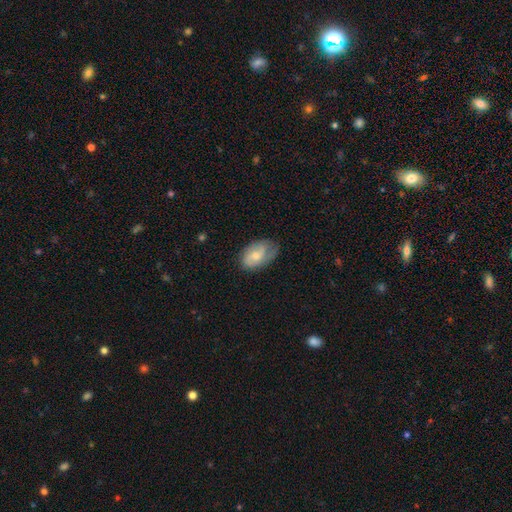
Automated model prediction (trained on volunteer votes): The model was most divided on "smooth or featured": smooth: 55%, featured or disk: 39%, star or artifact: 7%. More confident: how rounded — in between (89%); merging — none (58%).